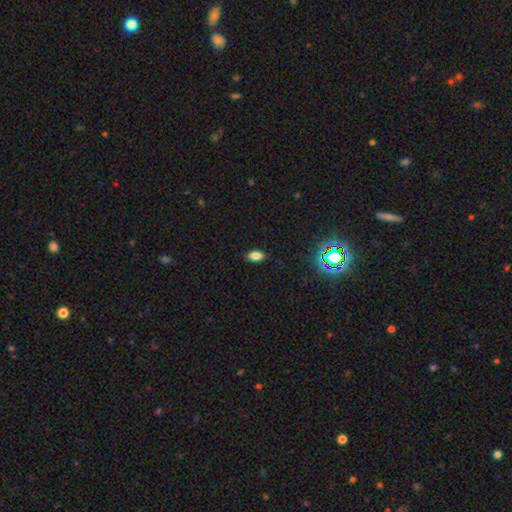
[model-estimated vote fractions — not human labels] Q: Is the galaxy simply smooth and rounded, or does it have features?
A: smooth — 80%.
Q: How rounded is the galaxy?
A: in between — 88%.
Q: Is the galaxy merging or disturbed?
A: none — 86%.